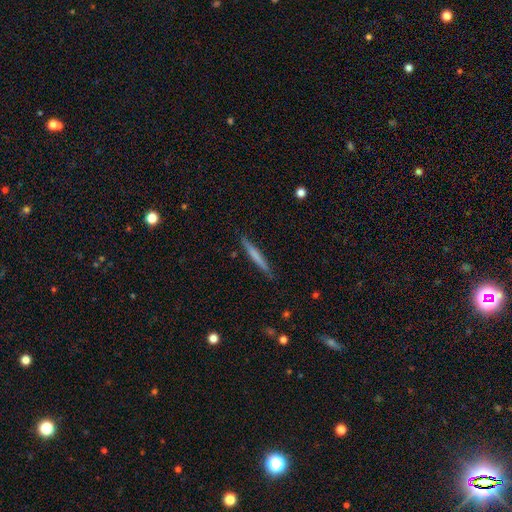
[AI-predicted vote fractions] Smooth or featured? Predicted: smooth (p=0.60). How rounded? Predicted: cigar-shaped (p=0.96). Merging? Predicted: none (p=0.88).